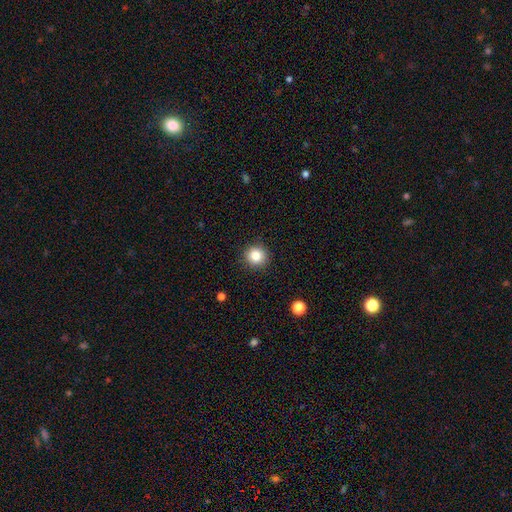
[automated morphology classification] This is clearly a smooth galaxy (85%). How rounded: clearly round (93%). Merging: clearly none (91%).